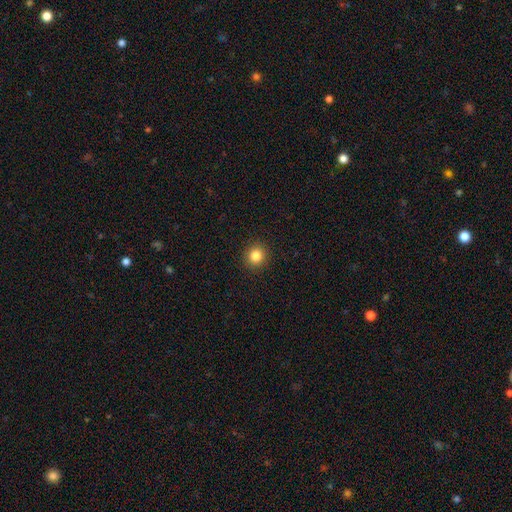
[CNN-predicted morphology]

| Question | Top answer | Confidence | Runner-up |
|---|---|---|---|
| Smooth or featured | smooth | 84% | star or artifact (11%) |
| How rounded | round | 90% | in between (9%) |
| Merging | none | 92% | minor disturbance (5%) |